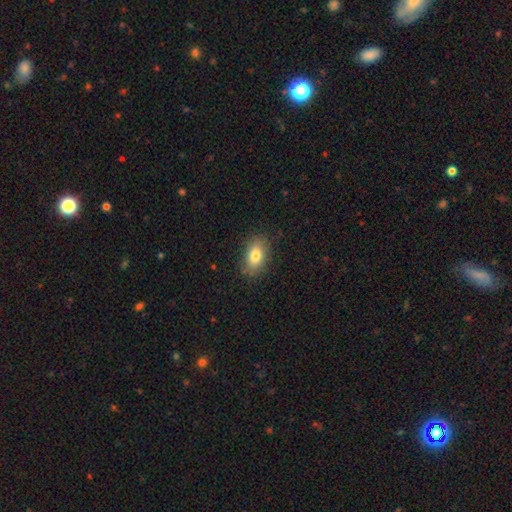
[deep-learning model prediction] This is likely a smooth galaxy (79%). How rounded: clearly in between (87%). Merging: clearly none (83%).